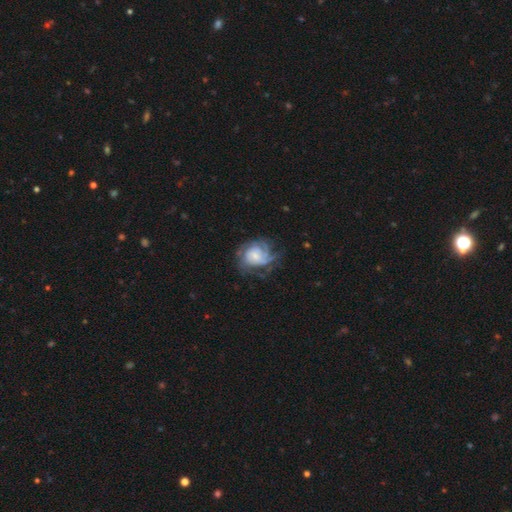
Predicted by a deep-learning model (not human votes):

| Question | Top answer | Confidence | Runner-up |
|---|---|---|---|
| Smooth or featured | featured or disk | 75% | smooth (18%) |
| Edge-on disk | no | 98% | yes (2%) |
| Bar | no | 68% | weak (27%) |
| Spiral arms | yes | 91% | no (9%) |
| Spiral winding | tight | 54% | medium (34%) |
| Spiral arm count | can't tell | 39% | 3 (20%) |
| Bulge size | small | 49% | moderate (30%) |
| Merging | none | 58% | minor disturbance (21%) |